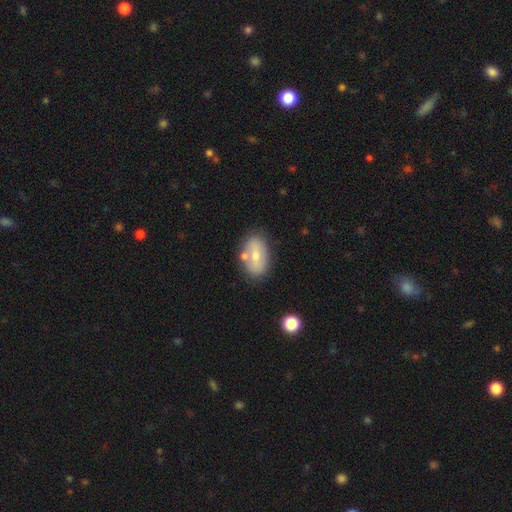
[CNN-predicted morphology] type=smooth (57%); roundness=in between (90%); merging=none (69%).